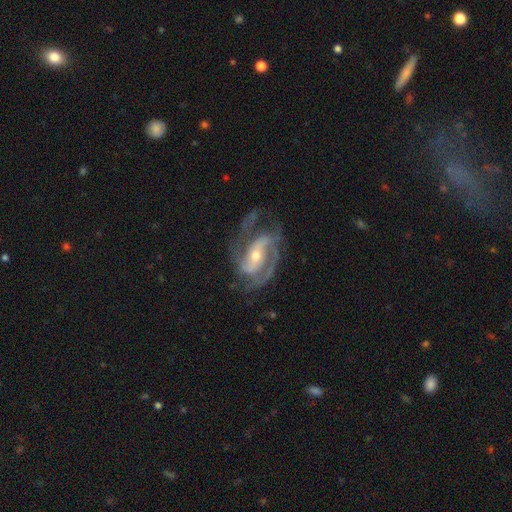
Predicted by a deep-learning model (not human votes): Smooth or featured? featured or disk (91%)
Edge-on disk? no (97%)
Bar? weak (36%)
Spiral arms? yes (97%)
Spiral winding? medium (52%)
Spiral arm count? 2 (62%)
Bulge size? small (48%)
Merging? none (60%)